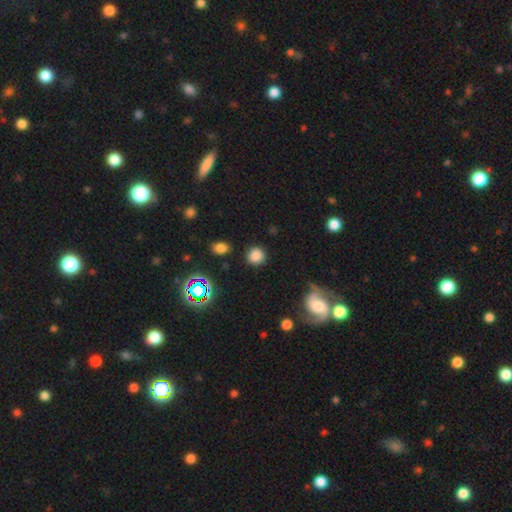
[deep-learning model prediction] This appears to be a smooth galaxy with no disk features (77%) that is round (87%). Merging: none (85%).